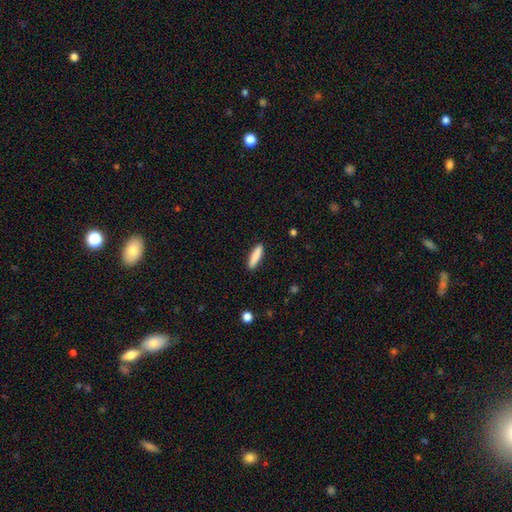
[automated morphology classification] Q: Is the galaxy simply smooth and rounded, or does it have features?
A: smooth — 85%.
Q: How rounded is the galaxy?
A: cigar-shaped — 78%.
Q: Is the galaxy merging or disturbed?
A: none — 90%.